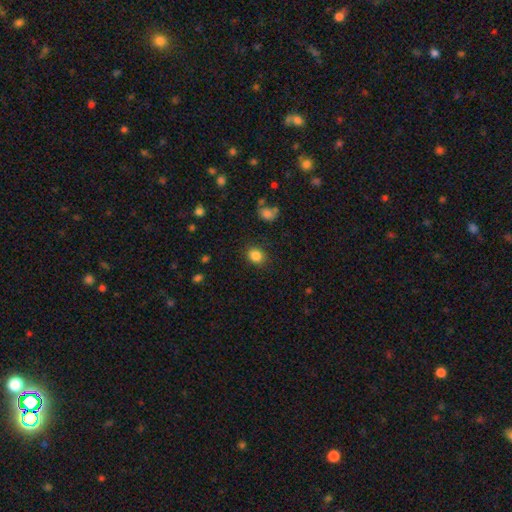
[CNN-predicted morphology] This is clearly a smooth galaxy (85%). How rounded: possibly round (56%). Merging: clearly none (85%).